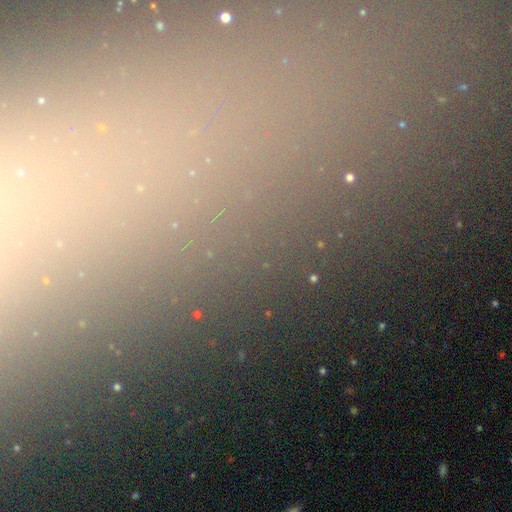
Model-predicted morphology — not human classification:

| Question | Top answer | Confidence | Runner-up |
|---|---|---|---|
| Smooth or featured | star or artifact | 70% | smooth (18%) |